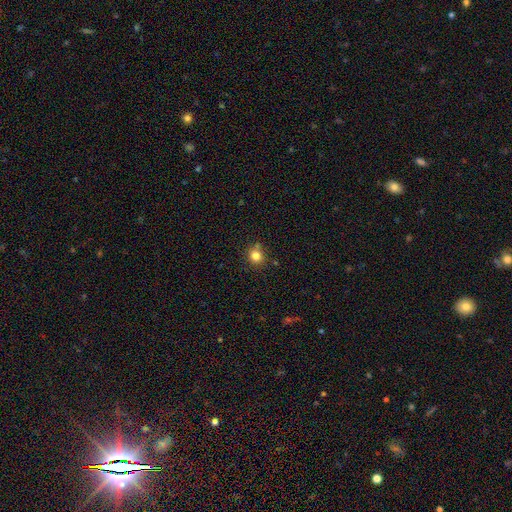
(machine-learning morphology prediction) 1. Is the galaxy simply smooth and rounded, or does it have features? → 82% smooth, 13% star or artifact, 6% featured or disk.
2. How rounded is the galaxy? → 89% round, 10% in between, 1% cigar-shaped.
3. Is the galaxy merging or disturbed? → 77% none, 11% minor disturbance, 8% merger, 3% major disturbance.